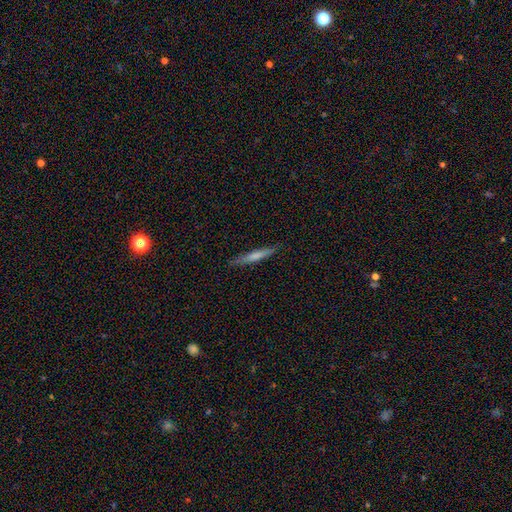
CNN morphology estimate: The model was most divided on "smooth or featured": smooth: 62%, featured or disk: 32%, star or artifact: 6%. More confident: how rounded — cigar-shaped (93%); merging — none (86%).